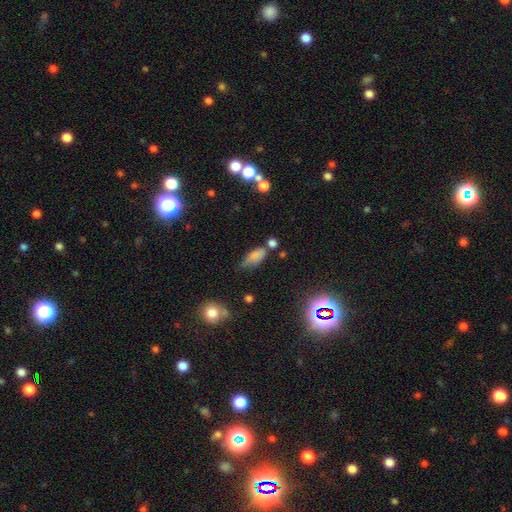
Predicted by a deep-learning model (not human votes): smooth_or_featured: smooth (p=0.73) [alt: featured or disk p=0.14]
how_rounded: in between (p=0.79) [alt: cigar-shaped p=0.17]
merging: none (p=0.38) [alt: minor disturbance p=0.36]